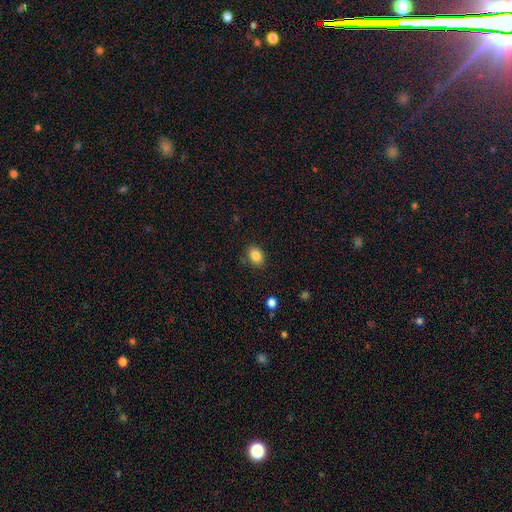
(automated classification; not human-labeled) Morphology: type=smooth (85%); roundness=in between (61%); merging=none (84%).